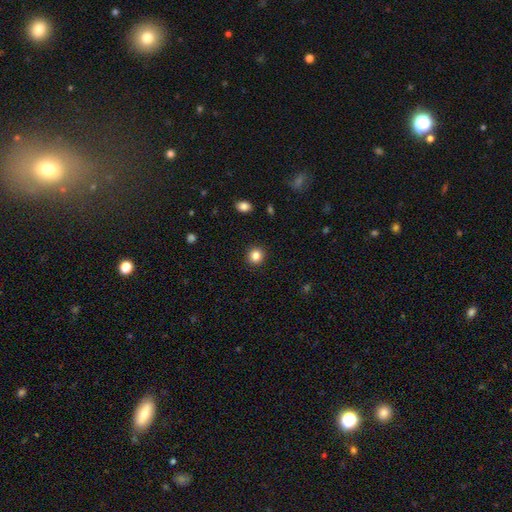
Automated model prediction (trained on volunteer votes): smooth_or_featured: smooth (p=0.85) [alt: star or artifact p=0.11]
how_rounded: round (p=0.89) [alt: in between p=0.10]
merging: none (p=0.92) [alt: minor disturbance p=0.05]